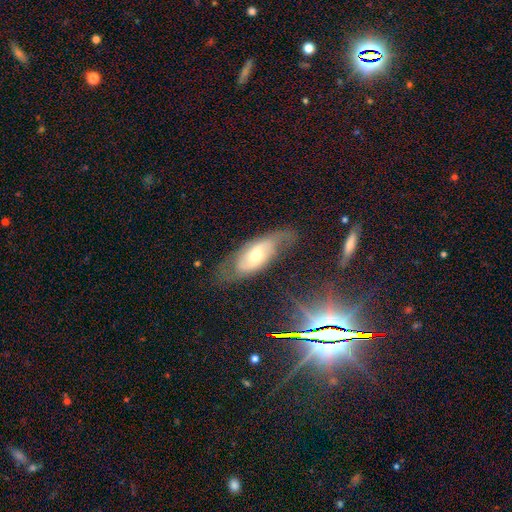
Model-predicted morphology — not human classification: Overall: featured or disk (65%). Edge-on disk: no (87%). Bar: no (44%; weak 38%). Spiral arms: yes (81%). Bulge size: moderate (54%; small 39%). Merging: none (62%; minor disturbance 24%).